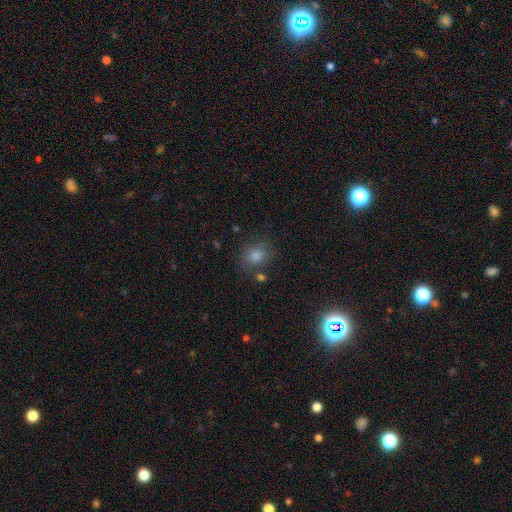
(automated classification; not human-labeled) The model was most divided on "how rounded": round: 71%, in between: 28%, cigar-shaped: 1%. More confident: merging — none (75%); smooth or featured — smooth (68%).